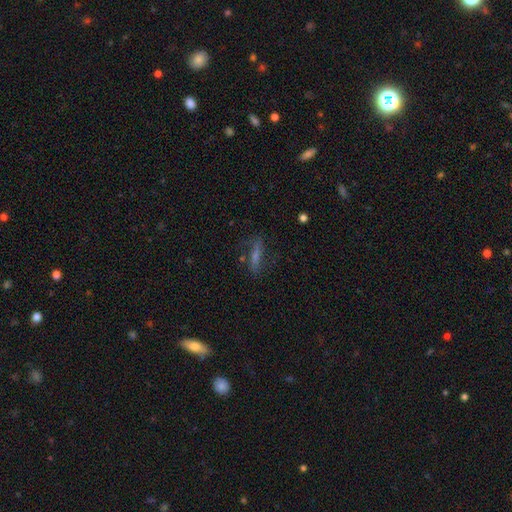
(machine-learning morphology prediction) Smooth or featured?
  - featured or disk: 44% *
  - smooth: 37%
  - star or artifact: 19%
Merging?
  - none: 74% *
  - minor disturbance: 16%
  - major disturbance: 8%
  - merger: 3%